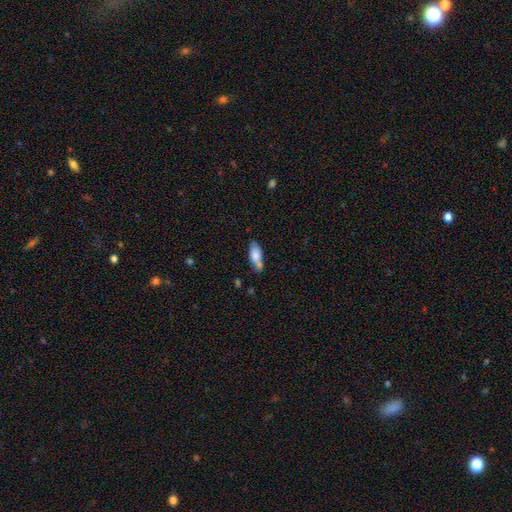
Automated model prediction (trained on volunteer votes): This is likely a smooth galaxy (78%). How rounded: likely in between (76%). Merging: possibly none (59%).